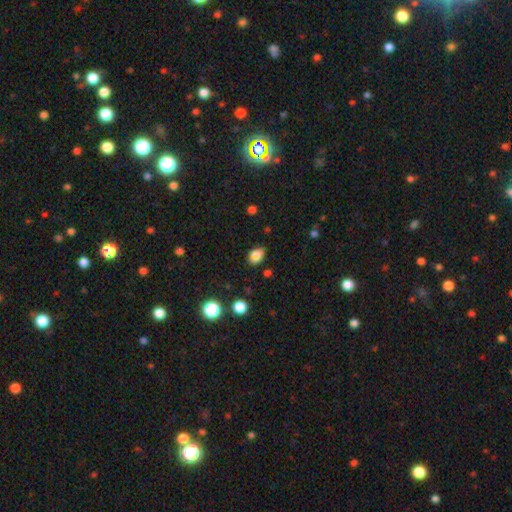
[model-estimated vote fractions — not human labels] A smooth galaxy with no disk features (84%) that is in between round and cigar-shaped (81%).

Vote fractions:
- Smooth or featured? smooth: 84% / star or artifact: 10% / featured or disk: 6%
- How rounded? in between: 81% / round: 18% / cigar-shaped: 1%
- Merging? none: 79% / minor disturbance: 16% / major disturbance: 3% / merger: 2%